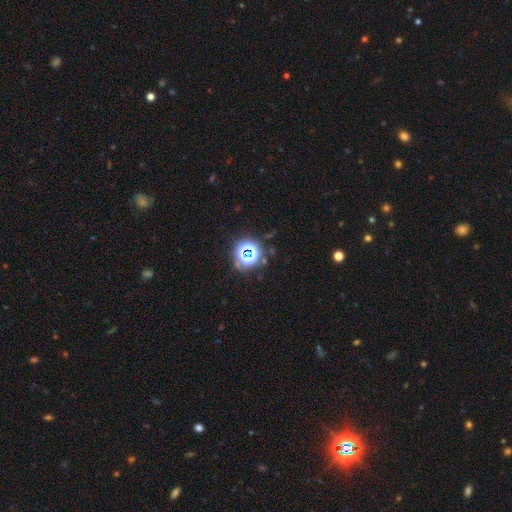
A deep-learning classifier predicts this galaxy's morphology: smooth_or_featured: star or artifact (p=0.67) [alt: smooth p=0.24]